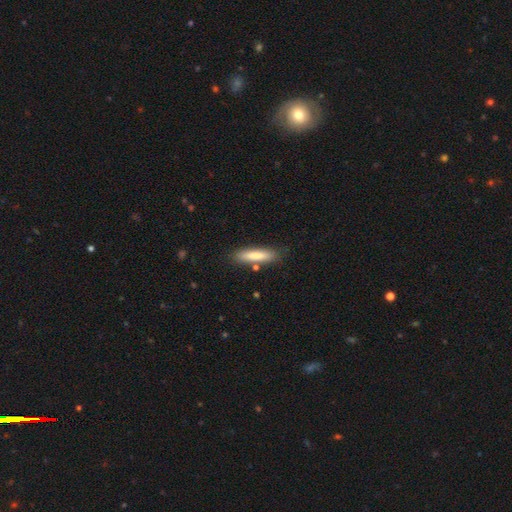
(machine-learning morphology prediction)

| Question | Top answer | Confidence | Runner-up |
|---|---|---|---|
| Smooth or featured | smooth | 81% | featured or disk (14%) |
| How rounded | cigar-shaped | 80% | in between (18%) |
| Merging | none | 84% | minor disturbance (10%) |